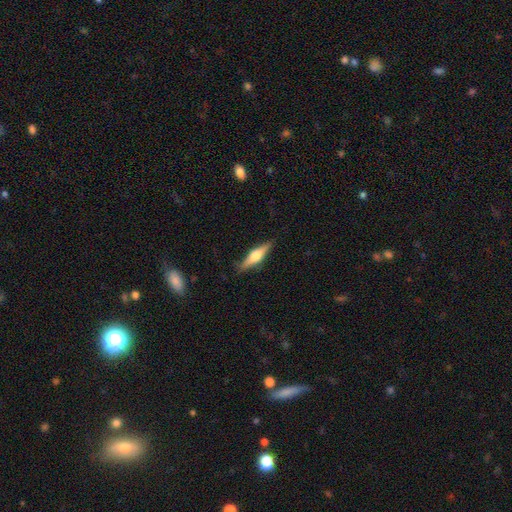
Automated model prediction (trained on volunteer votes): smooth-or-featured: featured or disk: 63% | smooth: 31% | star or artifact: 6%
  disk-edge-on: yes: 96% | no: 4%
    edge-on-bulge: rounded: 93% | boxy: 5% | none: 2%
  merging: none: 85% | minor disturbance: 11% | major disturbance: 2% | merger: 1%